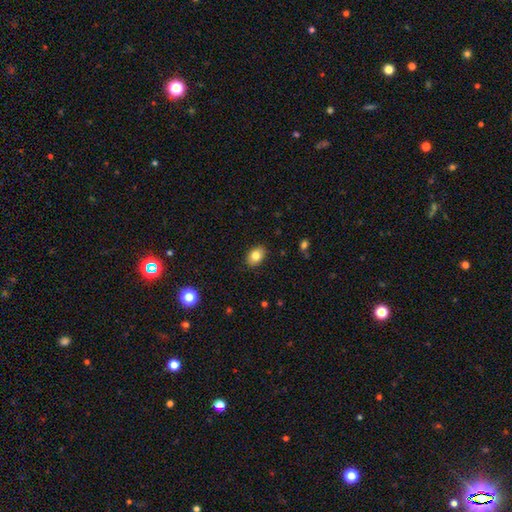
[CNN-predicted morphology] A smooth galaxy with no disk features (82%) that is in between round and cigar-shaped (76%).

Vote fractions:
- Smooth or featured? smooth: 82% / star or artifact: 9% / featured or disk: 9%
- How rounded? in between: 76% / round: 23% / cigar-shaped: 1%
- Merging? none: 88% / minor disturbance: 9% / major disturbance: 2% / merger: 1%